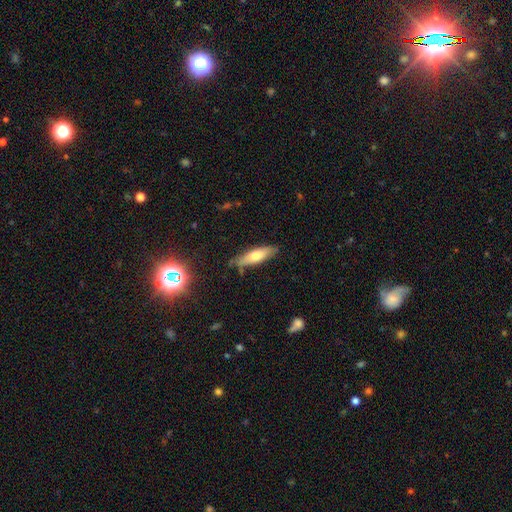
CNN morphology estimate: smooth_or_featured: smooth (p=0.62) [alt: featured or disk p=0.30]
how_rounded: cigar-shaped (p=0.61) [alt: in between p=0.37]
merging: none (p=0.78) [alt: minor disturbance p=0.16]